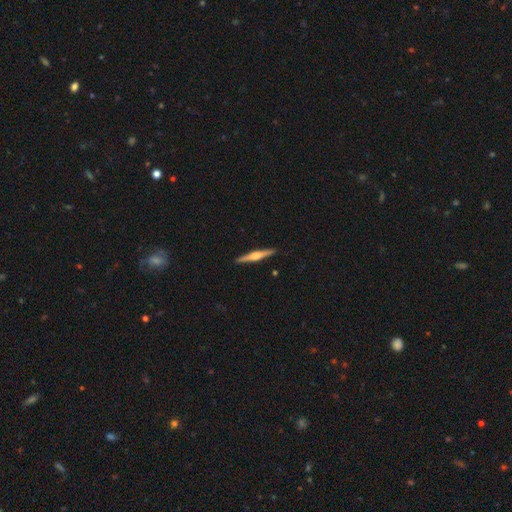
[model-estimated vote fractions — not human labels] Smooth or featured?
  - featured or disk: 68% *
  - smooth: 27%
  - star or artifact: 5%
Edge-on disk?
  - yes: 98% *
  - no: 2%
Edge-on bulge?
  - rounded: 76% *
  - boxy: 17%
  - none: 7%
Merging?
  - none: 91% *
  - minor disturbance: 6%
  - major disturbance: 1%
  - merger: 1%